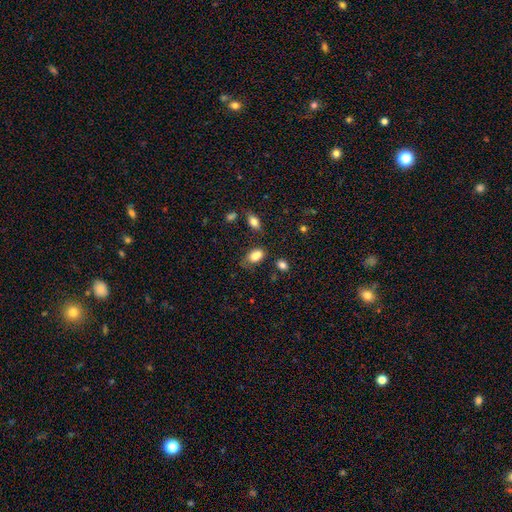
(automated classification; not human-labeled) smooth_or_featured: smooth (p=0.82) [alt: star or artifact p=0.09]
how_rounded: in between (p=0.89) [alt: round p=0.09]
merging: none (p=0.53) [alt: minor disturbance p=0.29]